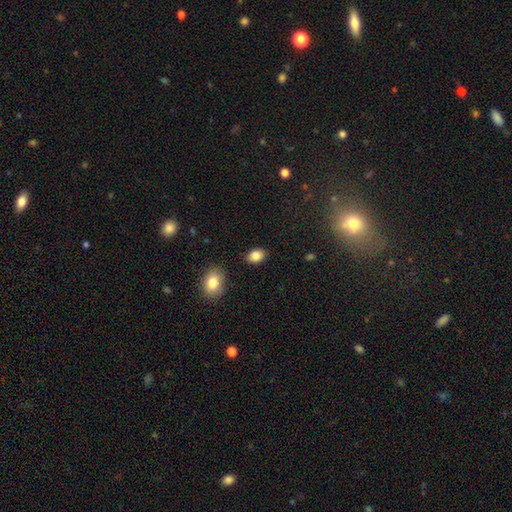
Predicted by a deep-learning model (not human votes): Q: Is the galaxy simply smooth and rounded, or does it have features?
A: smooth — 86%.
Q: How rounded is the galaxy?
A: in between — 80%.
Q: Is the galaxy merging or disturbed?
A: none — 86%.